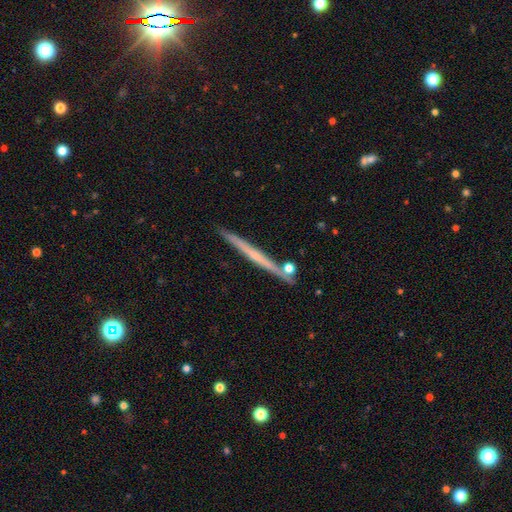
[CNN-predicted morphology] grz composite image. It shows a featured or disk galaxy (61%) viewed edge-on (97%) with no central bulge (73%). Merging: none (87%).